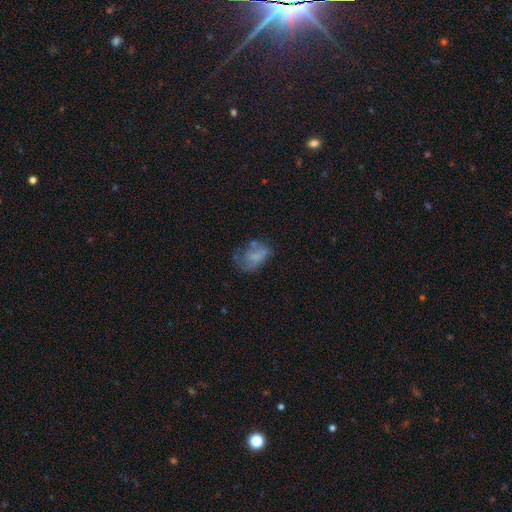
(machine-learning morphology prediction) A smooth galaxy with no disk features (55%) that is in between round and cigar-shaped (78%).

Vote fractions:
- Smooth or featured? smooth: 55% / featured or disk: 33% / star or artifact: 12%
- How rounded? in between: 78% / round: 20% / cigar-shaped: 2%
- Merging? none: 37% / minor disturbance: 28% / major disturbance: 27% / merger: 8%